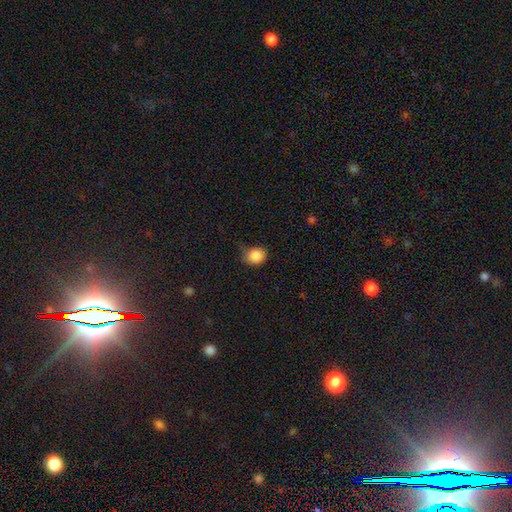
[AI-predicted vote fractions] Q: Smooth or featured?
A: smooth (86%); runner-up: star or artifact (10%)
Q: How rounded?
A: round (72%); runner-up: in between (27%)
Q: Merging?
A: none (65%); runner-up: minor disturbance (27%)